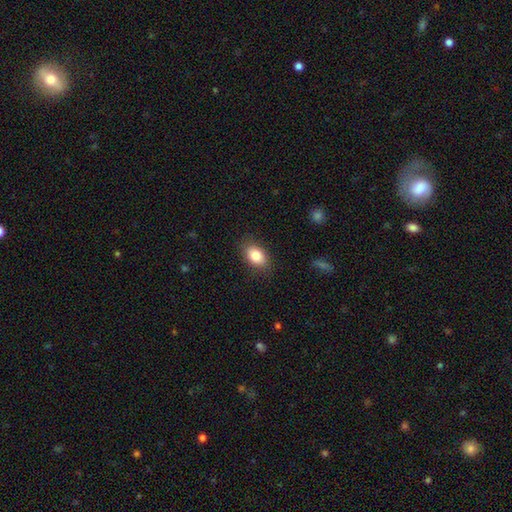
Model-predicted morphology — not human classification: A smooth galaxy with no disk features (84%) that is in between round and cigar-shaped (85%).

Vote fractions:
- Smooth or featured? smooth: 84% / featured or disk: 8% / star or artifact: 8%
- How rounded? in between: 85% / round: 13% / cigar-shaped: 2%
- Merging? none: 85% / minor disturbance: 11% / major disturbance: 3% / merger: 1%